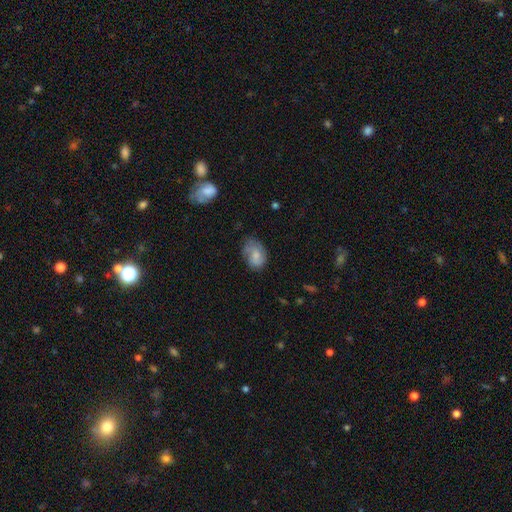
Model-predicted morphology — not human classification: Smooth or featured? Predicted: smooth (p=0.60). How rounded? Predicted: in between (p=0.73). Merging? Predicted: none (p=0.51).